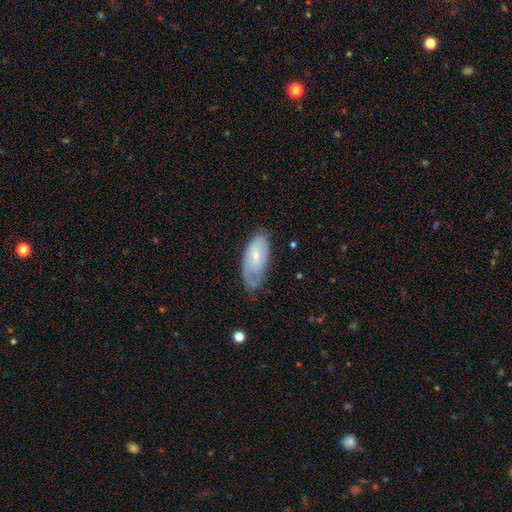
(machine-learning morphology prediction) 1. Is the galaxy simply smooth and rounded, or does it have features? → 49% featured or disk, 44% smooth, 6% star or artifact.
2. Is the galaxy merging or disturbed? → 50% none, 32% minor disturbance, 16% major disturbance, 2% merger.